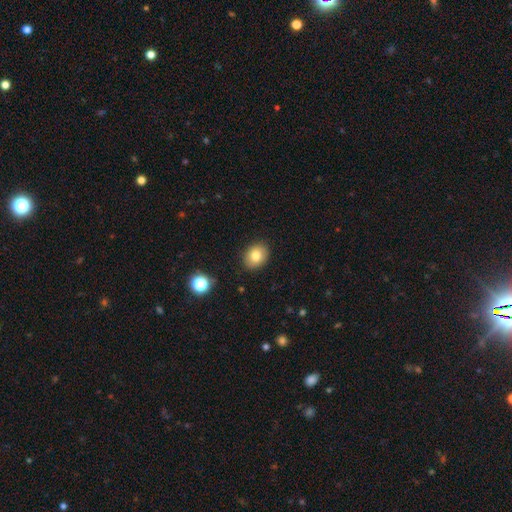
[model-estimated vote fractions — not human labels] smooth_or_featured: smooth (p=0.80) [alt: star or artifact p=0.10]
how_rounded: round (p=0.50) [alt: in between p=0.49]
merging: none (p=0.88) [alt: minor disturbance p=0.08]